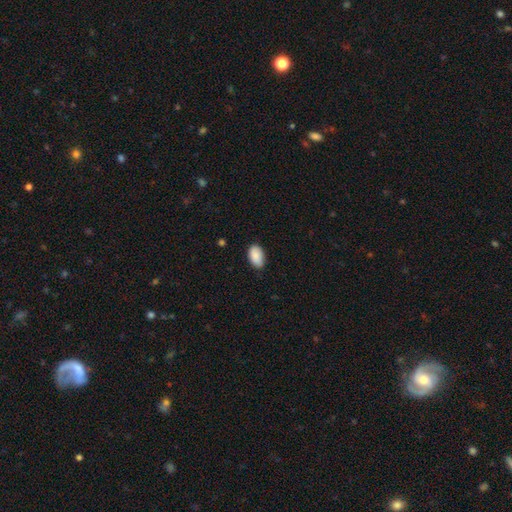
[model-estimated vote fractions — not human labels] Smooth or featured? smooth (89%)
How rounded? in between (94%)
Merging? none (82%)